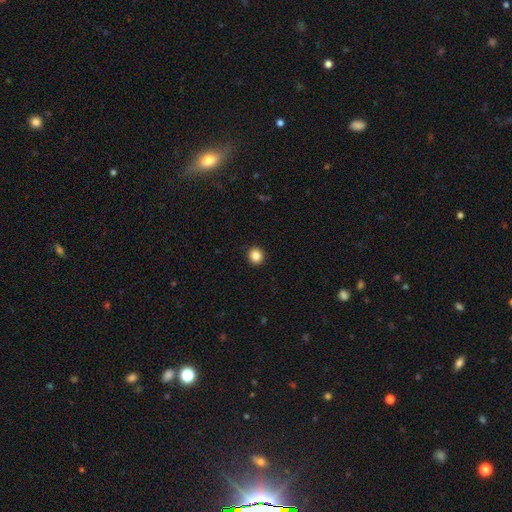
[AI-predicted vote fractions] Overall: smooth (86%). How rounded: round (92%). Merging: none (93%).